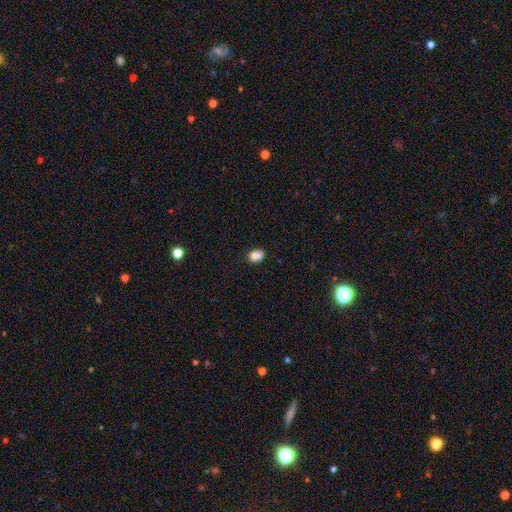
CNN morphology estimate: smooth 80%, star or artifact 11%, featured or disk 8%. Down the decision tree: how rounded — in between (56%); merging — none (58%).